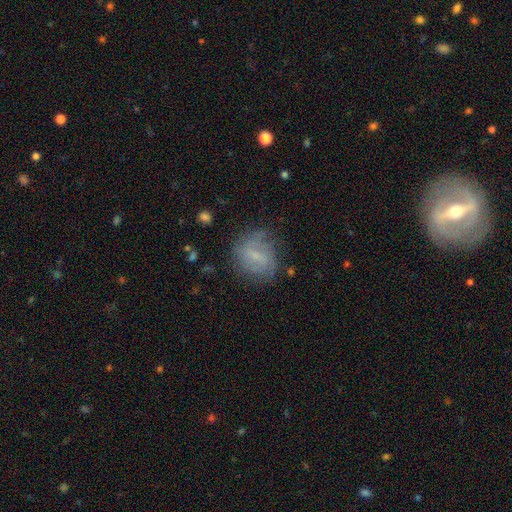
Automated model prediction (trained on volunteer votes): featured or disk 45%, smooth 44%, star or artifact 11%. Down the decision tree: merging — none (61%).